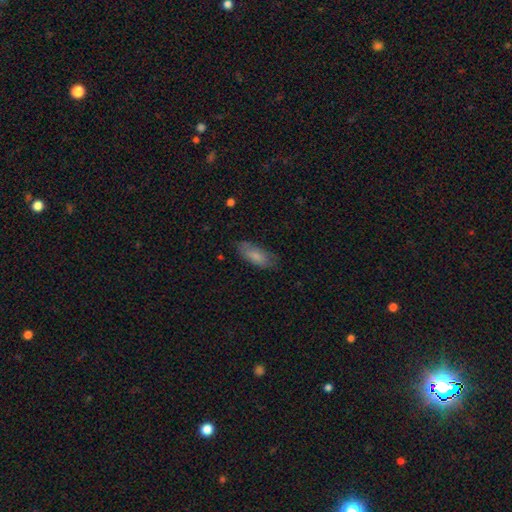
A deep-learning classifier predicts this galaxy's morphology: A smooth galaxy with no disk features (77%) that is in between round and cigar-shaped (78%).

Vote fractions:
- Smooth or featured? smooth: 77% / featured or disk: 17% / star or artifact: 6%
- How rounded? in between: 78% / cigar-shaped: 20% / round: 2%
- Merging? none: 73% / minor disturbance: 21% / major disturbance: 5% / merger: 1%